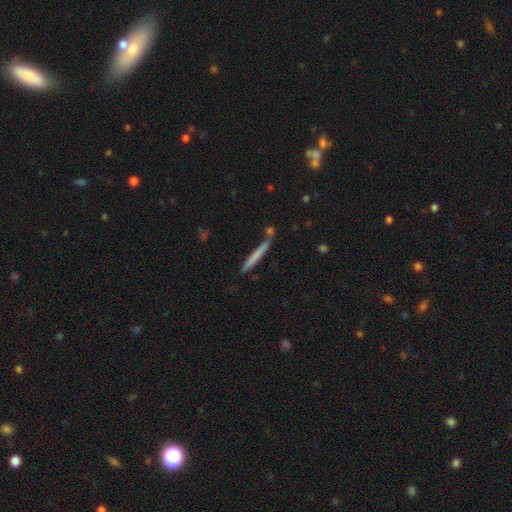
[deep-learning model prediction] Morphology: type=smooth (64%); roundness=cigar-shaped (97%); merging=none (78%).